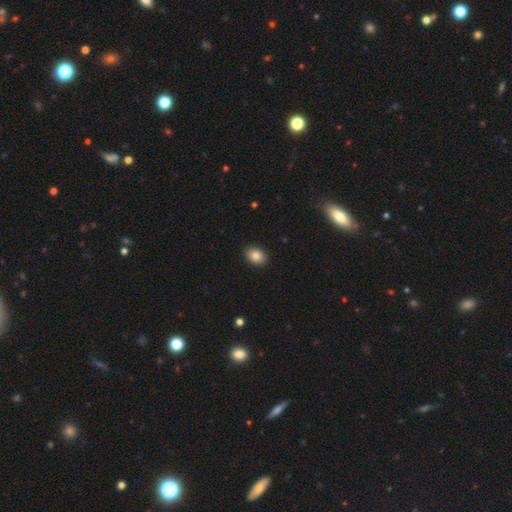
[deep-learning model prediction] Q: Smooth or featured?
A: smooth (86%); runner-up: star or artifact (9%)
Q: How rounded?
A: in between (65%); runner-up: round (34%)
Q: Merging?
A: none (90%); runner-up: minor disturbance (7%)